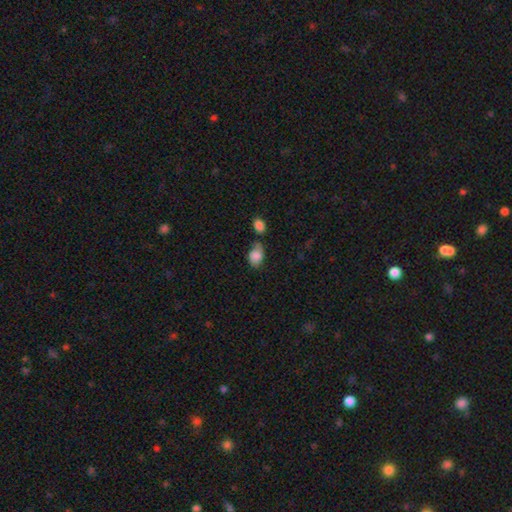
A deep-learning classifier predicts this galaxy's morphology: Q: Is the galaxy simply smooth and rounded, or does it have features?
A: smooth — 79%.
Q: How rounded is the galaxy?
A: in between — 82%.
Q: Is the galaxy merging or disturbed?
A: none — 42%.